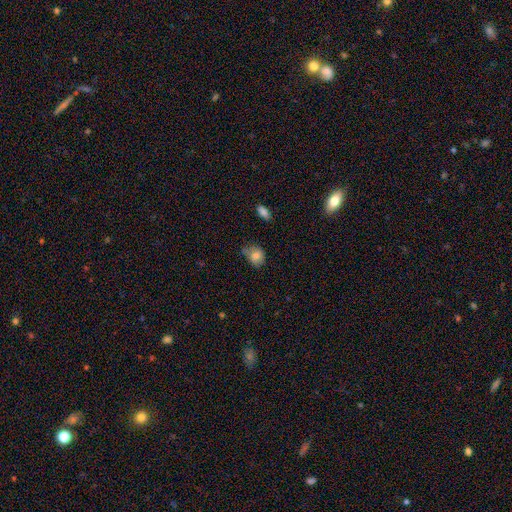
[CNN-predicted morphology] The model was most divided on "how rounded": in between: 52%, round: 46%, cigar-shaped: 1%. Remaining: smooth or featured — smooth (76%); merging — none (45%).